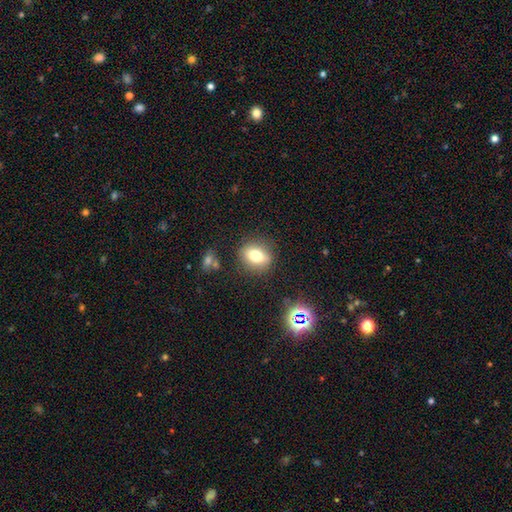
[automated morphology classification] Smooth or featured? Predicted: smooth (p=0.71). How rounded? Predicted: round (p=0.57). Merging? Predicted: none (p=0.84).